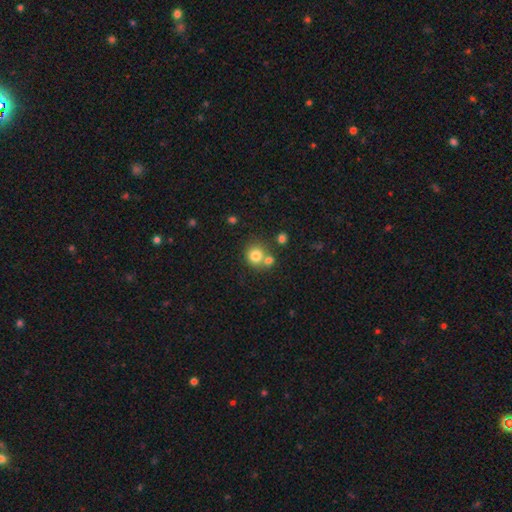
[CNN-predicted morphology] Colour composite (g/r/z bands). It shows a smooth galaxy with no disk features (79%) that is round (87%). Merging: none (56%).